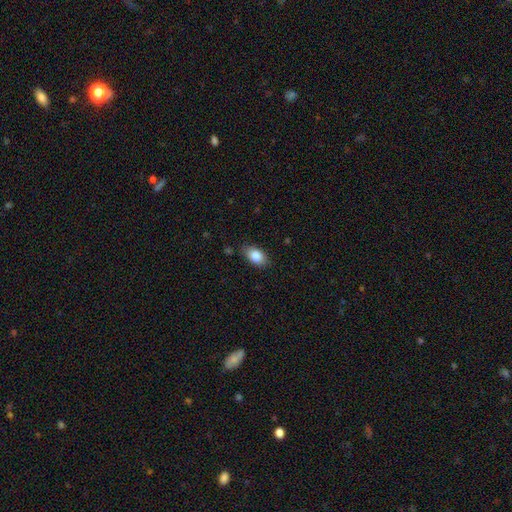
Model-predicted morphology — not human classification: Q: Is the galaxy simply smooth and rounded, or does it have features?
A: smooth — 86%.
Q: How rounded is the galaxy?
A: in between — 89%.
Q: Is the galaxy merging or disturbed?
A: none — 82%.